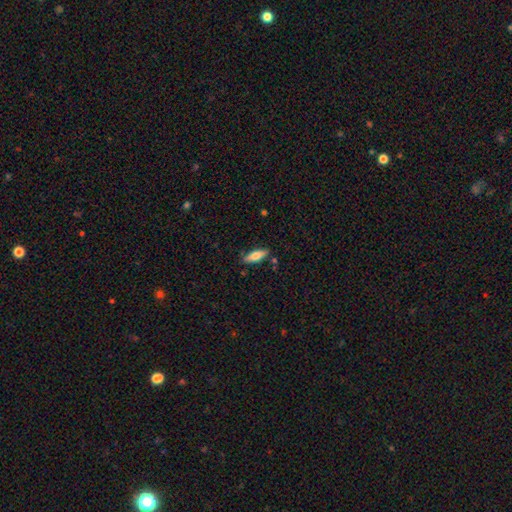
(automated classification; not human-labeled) Smooth or featured? smooth (74%)
How rounded? in between (59%)
Merging? none (82%)